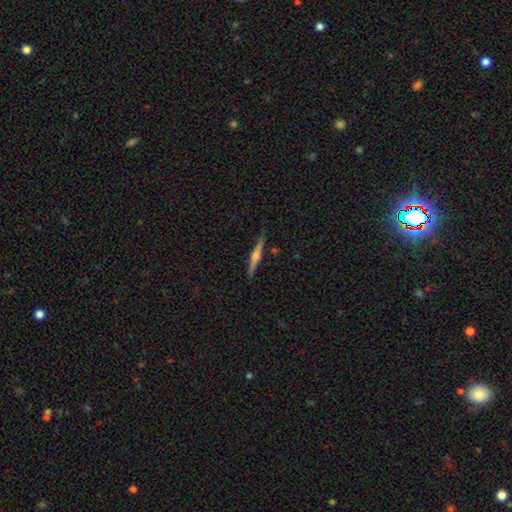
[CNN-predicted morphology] Smooth or featured? Predicted: featured or disk (p=0.71). Edge-on disk? Predicted: yes (p=0.98). Edge-on bulge? Predicted: rounded (p=0.83). Merging? Predicted: none (p=0.89).